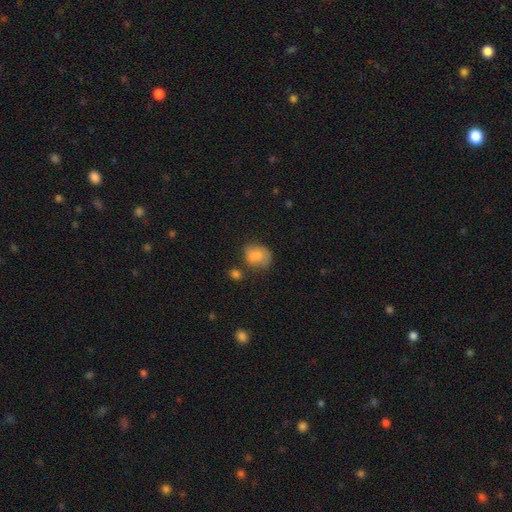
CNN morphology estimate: Smooth or featured?
  - smooth: 79% *
  - featured or disk: 12%
  - star or artifact: 10%
How rounded?
  - in between: 52% *
  - round: 47%
  - cigar-shaped: 1%
Merging?
  - none: 48% *
  - minor disturbance: 29%
  - major disturbance: 13%
  - merger: 10%